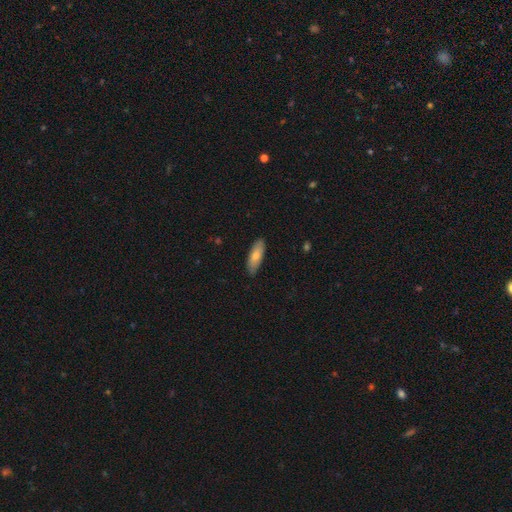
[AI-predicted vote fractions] Overall: smooth (73%). How rounded: in between (61%; cigar-shaped 37%). Merging: none (84%).